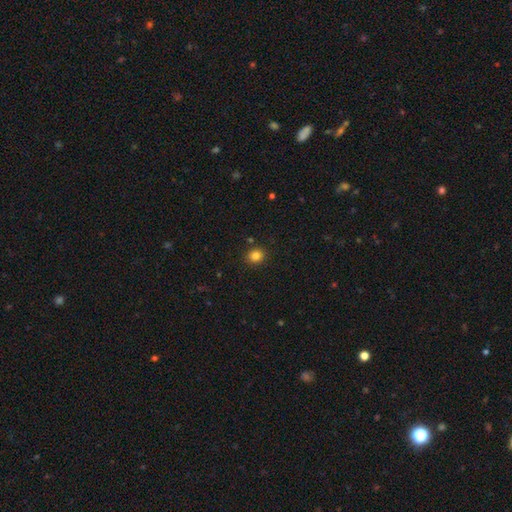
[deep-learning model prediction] Smooth or featured?
  - smooth: 82% *
  - star or artifact: 13%
  - featured or disk: 5%
How rounded?
  - round: 83% *
  - in between: 16%
  - cigar-shaped: 1%
Merging?
  - none: 89% *
  - minor disturbance: 7%
  - merger: 2%
  - major disturbance: 2%